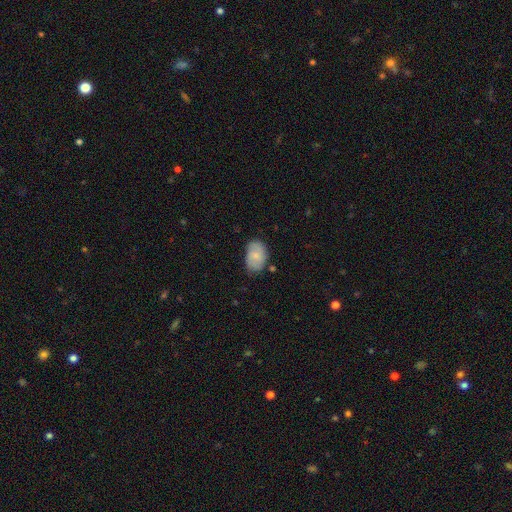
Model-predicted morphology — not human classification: type=smooth (70%); roundness=in between (85%); merging=none (66%).